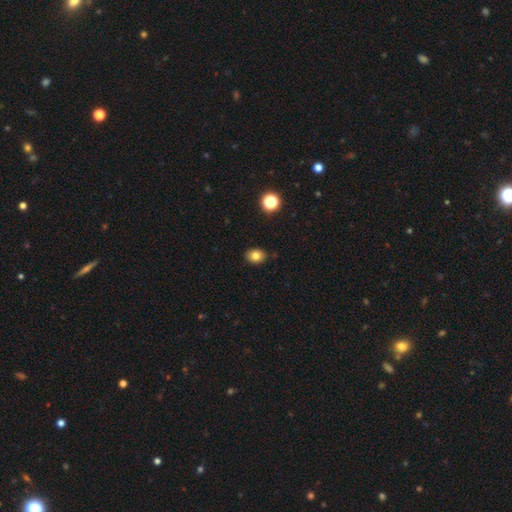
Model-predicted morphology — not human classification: smooth_or_featured: smooth (p=0.81) [alt: star or artifact p=0.11]
how_rounded: in between (p=0.59) [alt: round p=0.40]
merging: none (p=0.88) [alt: minor disturbance p=0.09]